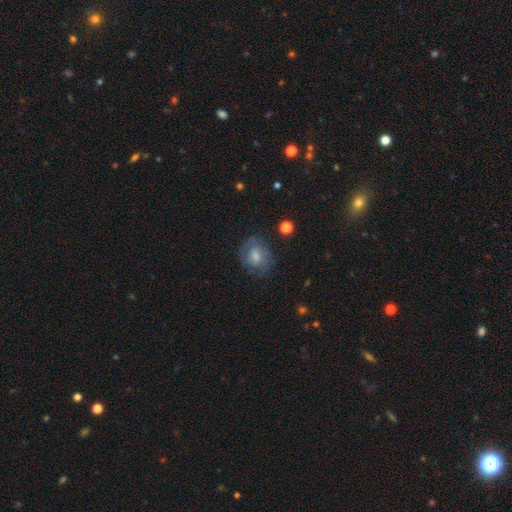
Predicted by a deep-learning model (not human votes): Morphology: type=smooth (54%); roundness=round (58%); merging=none (65%).